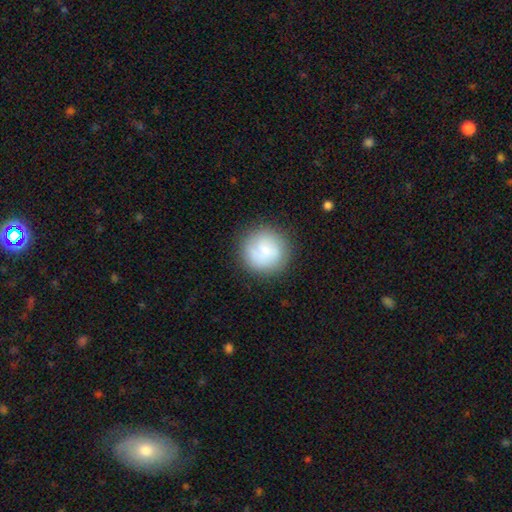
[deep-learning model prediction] This is likely a smooth galaxy (67%). How rounded: clearly round (95%). Merging: clearly none (80%).